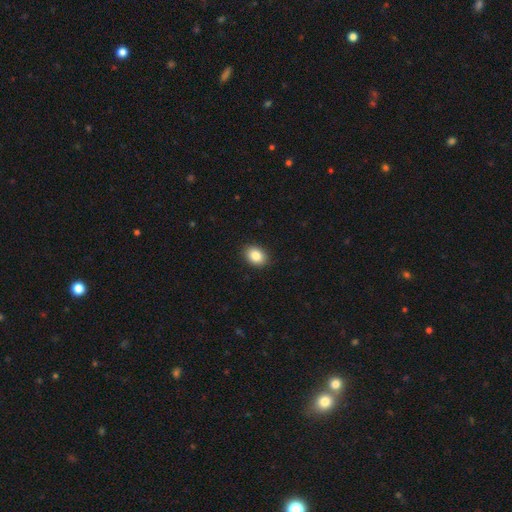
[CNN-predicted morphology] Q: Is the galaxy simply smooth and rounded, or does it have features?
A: smooth — 86%.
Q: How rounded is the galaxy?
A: in between — 70%.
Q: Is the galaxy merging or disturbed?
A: none — 91%.